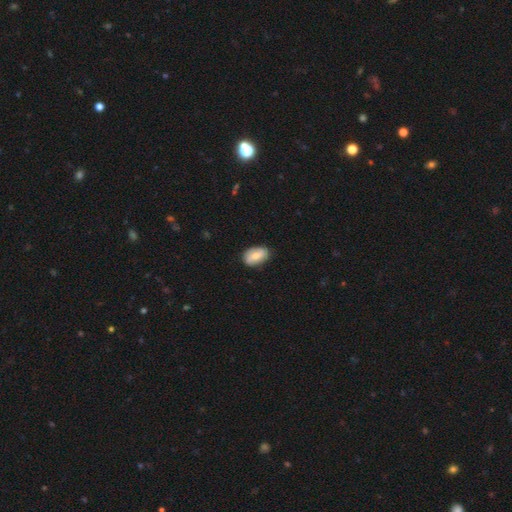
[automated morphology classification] Q: Smooth or featured?
A: smooth (68%); runner-up: featured or disk (25%)
Q: How rounded?
A: in between (91%); runner-up: round (7%)
Q: Merging?
A: none (80%); runner-up: minor disturbance (16%)